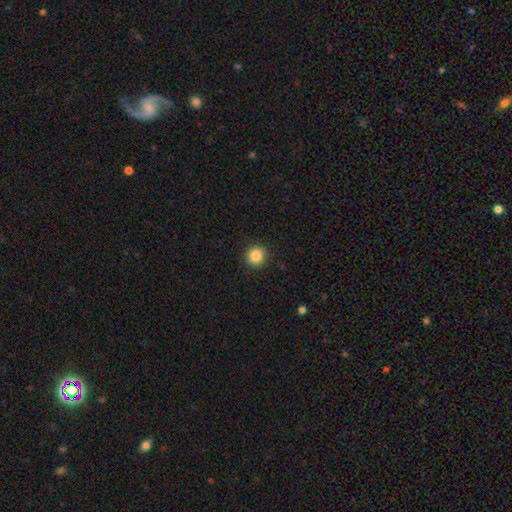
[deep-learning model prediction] Morphology: type=smooth (87%); roundness=round (90%); merging=none (91%).